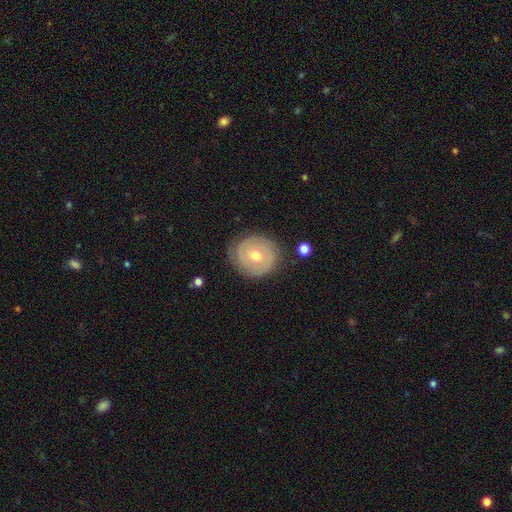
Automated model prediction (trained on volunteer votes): This is likely a featured or disk galaxy (68%). It is clearly not viewed edge-on (97%). Bar: likely no (68%). Spiral arm pattern: likely yes (77%). Spiral arm count: possibly 2 (50%). Spiral winding: likely tight (75%). Central bulge: likely moderate (68%). Merging: likely none (79%).